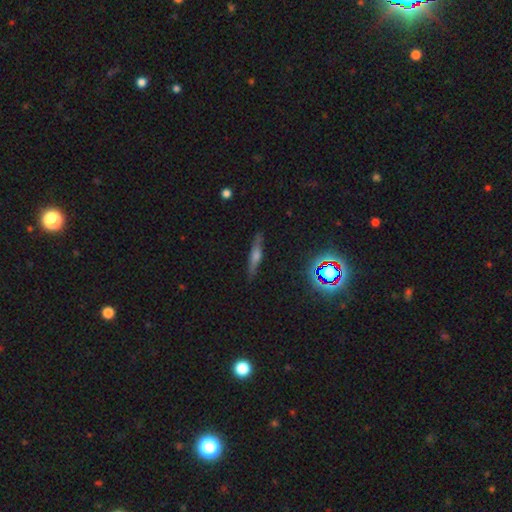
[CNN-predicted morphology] featured or disk 49%, smooth 35%, star or artifact 15%. Down the decision tree: merging — none (86%).